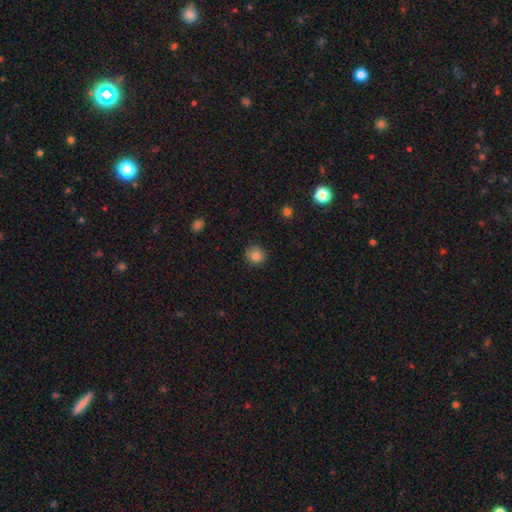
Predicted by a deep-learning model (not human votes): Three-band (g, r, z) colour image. It shows a smooth galaxy with no disk features (84%) that is round (92%). Merging: none (90%).